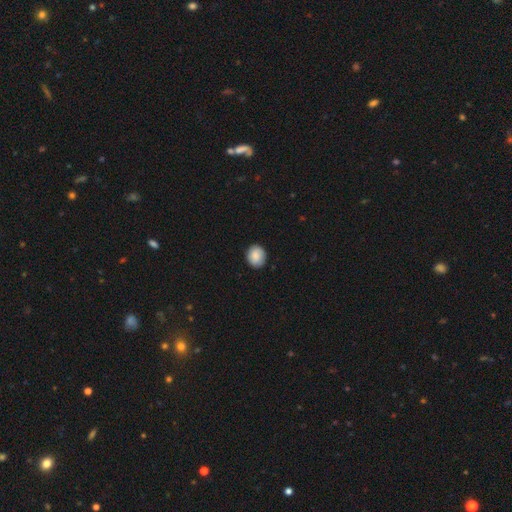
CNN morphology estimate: Smooth or featured? smooth (88%)
How rounded? round (68%)
Merging? none (88%)